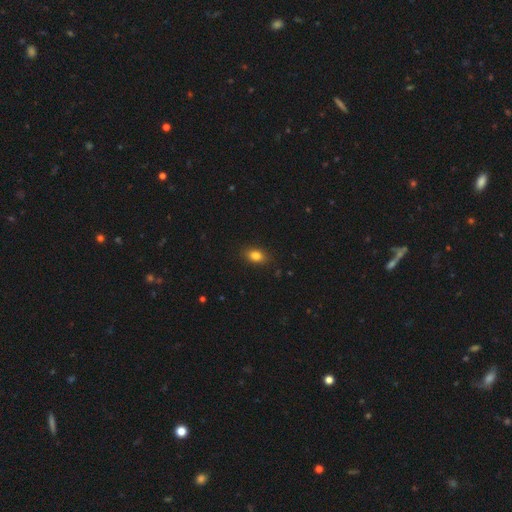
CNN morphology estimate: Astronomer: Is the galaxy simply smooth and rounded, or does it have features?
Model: smooth — 83%.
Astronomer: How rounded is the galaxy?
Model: in between — 82%.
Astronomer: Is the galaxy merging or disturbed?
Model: none — 87%.